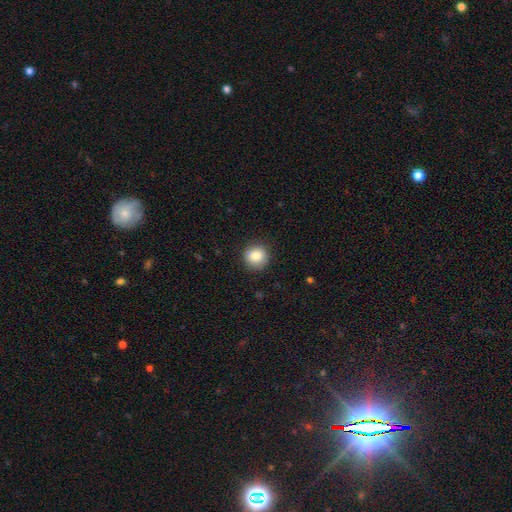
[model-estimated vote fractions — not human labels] smooth-or-featured: smooth: 86% | star or artifact: 9% | featured or disk: 6%
  how-rounded: round: 92% | in between: 7% | cigar-shaped: 1%
  merging: none: 88% | minor disturbance: 8% | major disturbance: 2% | merger: 1%